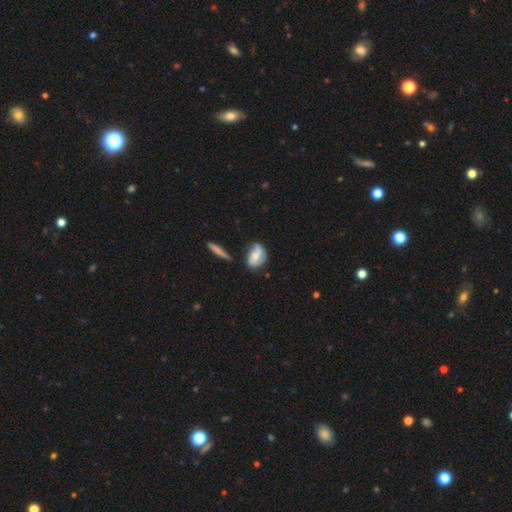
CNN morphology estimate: type=featured or disk (50%); merging=none (53%).